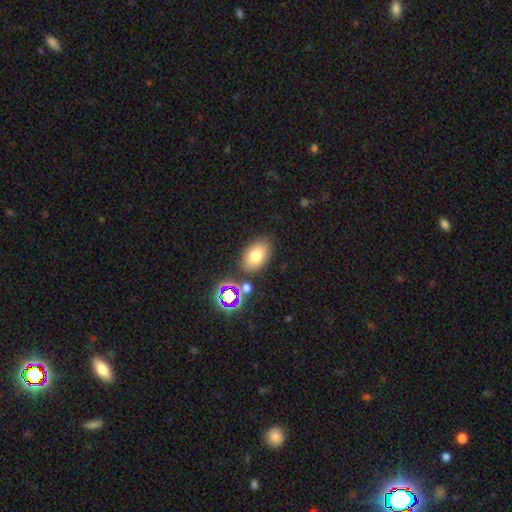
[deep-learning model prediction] smooth 75%, star or artifact 14%, featured or disk 11%. Down the decision tree: how rounded — in between (88%); merging — none (80%).